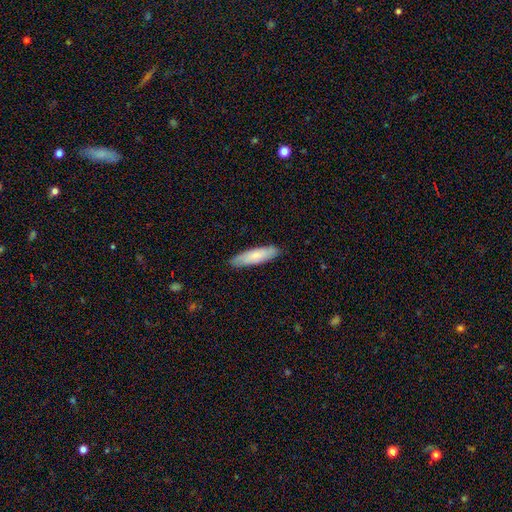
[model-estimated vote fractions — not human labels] smooth-or-featured: smooth: 75% | featured or disk: 20% | star or artifact: 5%
  how-rounded: cigar-shaped: 61% | in between: 37% | round: 1%
  merging: none: 86% | minor disturbance: 11% | major disturbance: 2% | merger: 1%